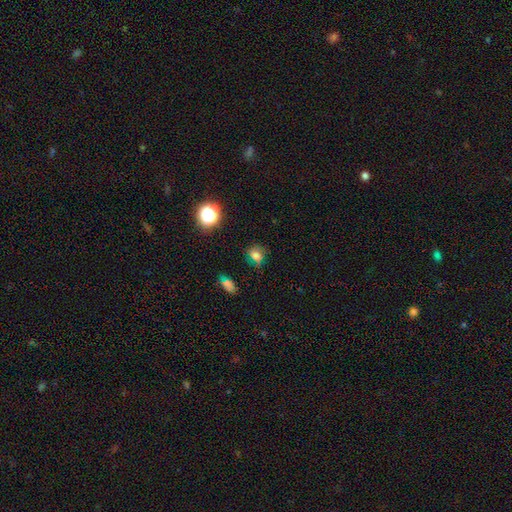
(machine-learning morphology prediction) Smooth or featured? smooth (66%)
How rounded? round (63%)
Merging? none (67%)